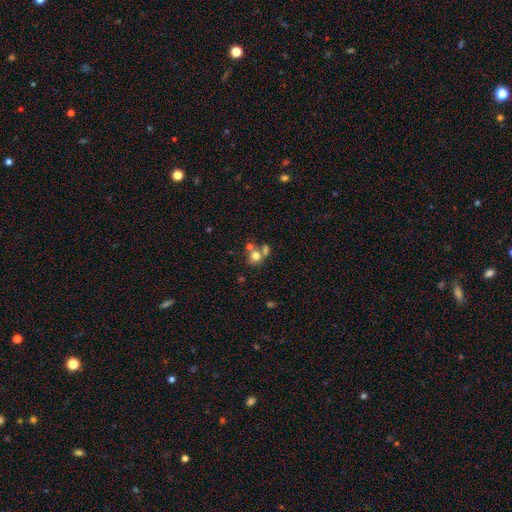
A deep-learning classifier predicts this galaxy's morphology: smooth_or_featured: smooth (p=0.71) [alt: featured or disk p=0.15]
how_rounded: round (p=0.77) [alt: in between p=0.22]
merging: merger (p=0.44) [alt: none p=0.43]